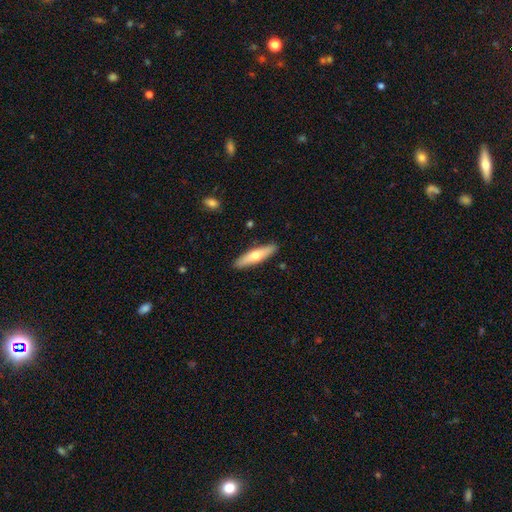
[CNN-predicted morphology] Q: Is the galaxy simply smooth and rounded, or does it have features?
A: smooth — 57%.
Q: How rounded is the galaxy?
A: cigar-shaped — 74%.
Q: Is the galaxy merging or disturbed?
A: none — 89%.